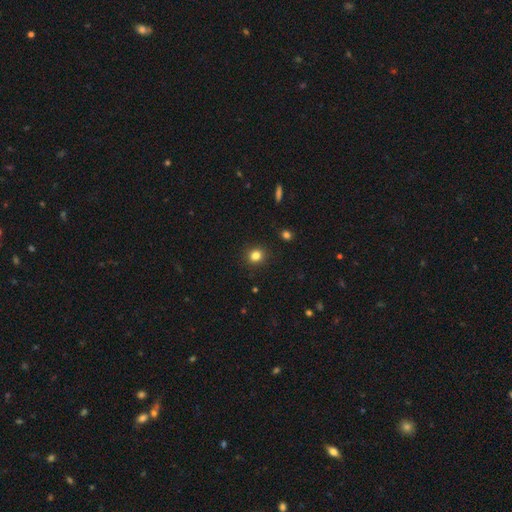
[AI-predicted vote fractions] smooth 82%, star or artifact 13%, featured or disk 5%. Down the decision tree: how rounded — round (83%); merging — none (91%).